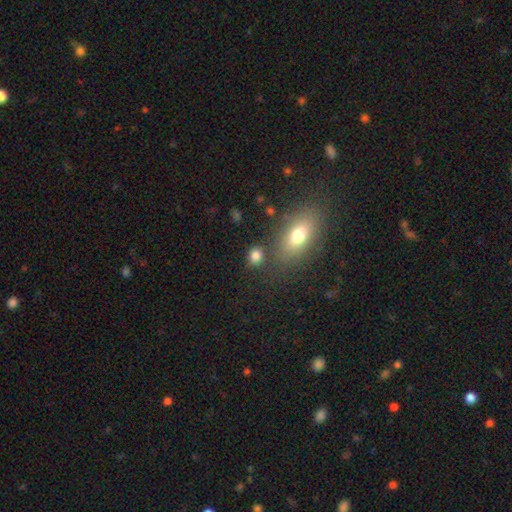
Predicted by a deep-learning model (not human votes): This appears to be a smooth galaxy with no disk features (82%) that is round (57%). Merging: none (74%).